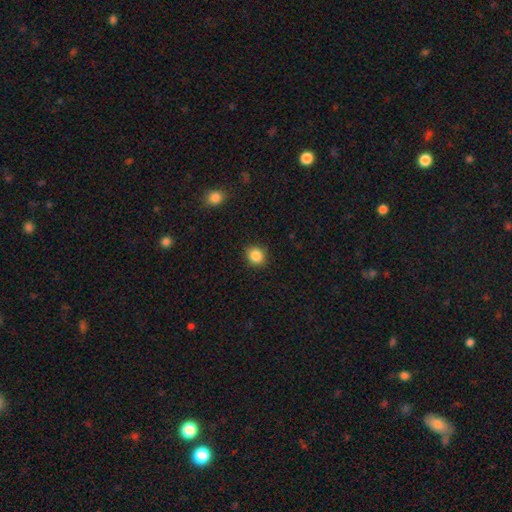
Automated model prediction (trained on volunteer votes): A smooth galaxy with no disk features (86%) that is round (75%).

Vote fractions:
- Smooth or featured? smooth: 86% / star or artifact: 10% / featured or disk: 4%
- How rounded? round: 75% / in between: 24% / cigar-shaped: 1%
- Merging? none: 89% / minor disturbance: 7% / major disturbance: 2% / merger: 1%